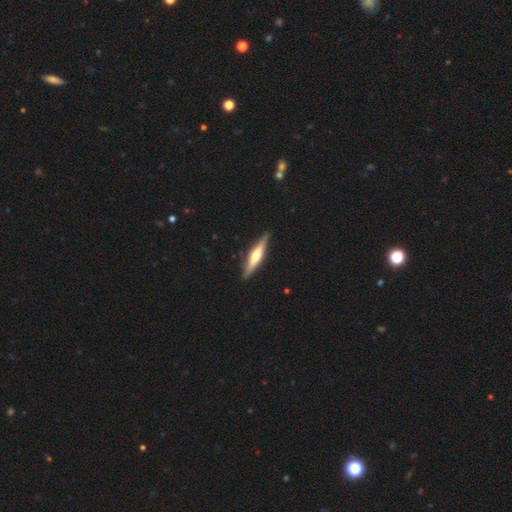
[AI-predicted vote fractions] featured or disk 62%, smooth 33%, star or artifact 5%. Down the decision tree: edge-on disk — yes (96%); edge-on bulge — rounded (86%); merging — none (89%).